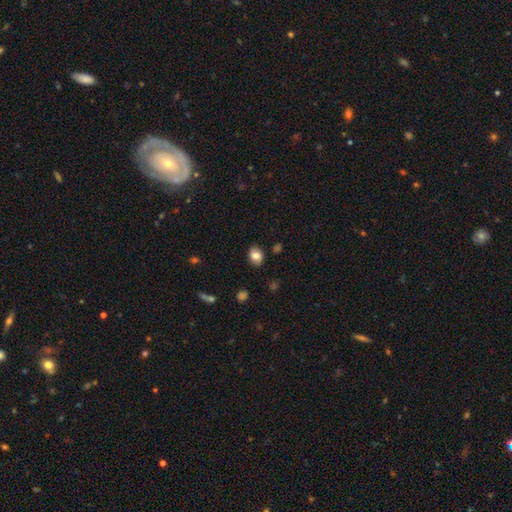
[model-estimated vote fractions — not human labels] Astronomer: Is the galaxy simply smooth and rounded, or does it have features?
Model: smooth — 78%.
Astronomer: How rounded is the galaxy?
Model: in between — 70%.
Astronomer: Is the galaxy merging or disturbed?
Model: none — 84%.